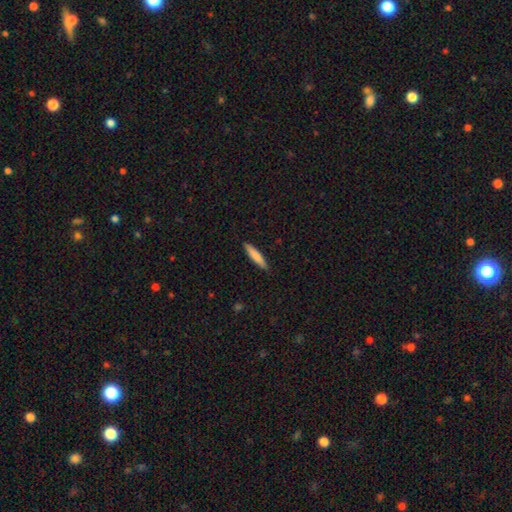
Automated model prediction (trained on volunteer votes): Overall: smooth (76%). How rounded: cigar-shaped (88%). Merging: none (89%).